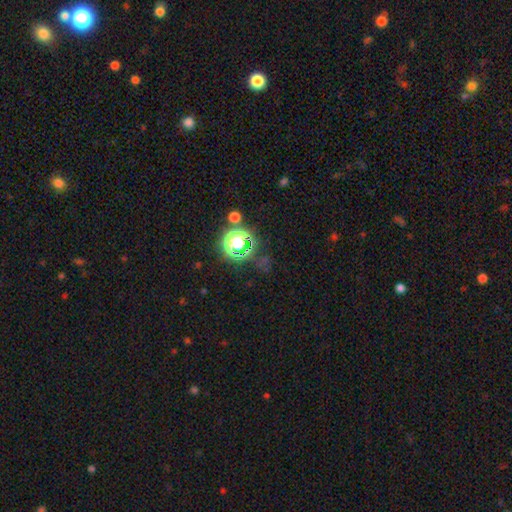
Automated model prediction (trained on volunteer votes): The model was most divided on "smooth or featured": star or artifact: 76%, smooth: 17%, featured or disk: 7%.